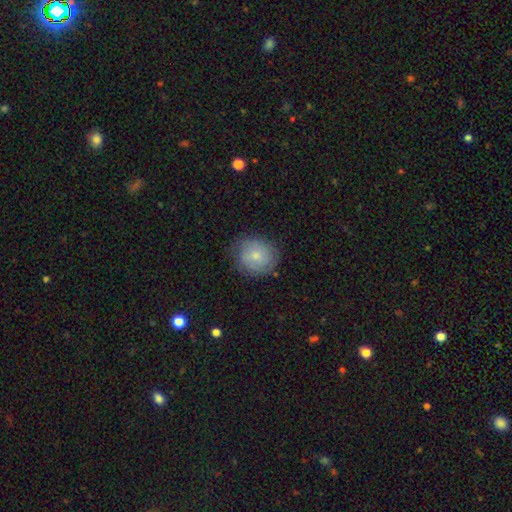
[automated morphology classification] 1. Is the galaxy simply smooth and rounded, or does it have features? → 69% smooth, 23% featured or disk, 8% star or artifact.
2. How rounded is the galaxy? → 81% round, 18% in between, 1% cigar-shaped.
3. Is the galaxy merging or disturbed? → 74% none, 19% minor disturbance, 5% major disturbance, 1% merger.